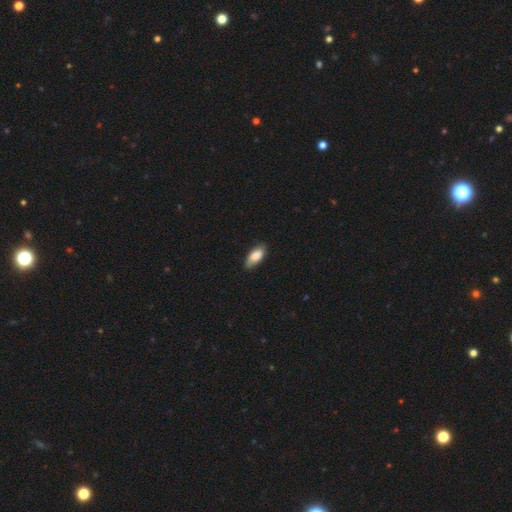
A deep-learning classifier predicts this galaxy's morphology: A smooth galaxy with no disk features (84%) that is in between round and cigar-shaped (89%).

Vote fractions:
- Smooth or featured? smooth: 84% / featured or disk: 10% / star or artifact: 6%
- How rounded? in between: 89% / cigar-shaped: 9% / round: 2%
- Merging? none: 77% / minor disturbance: 19% / major disturbance: 3% / merger: 1%